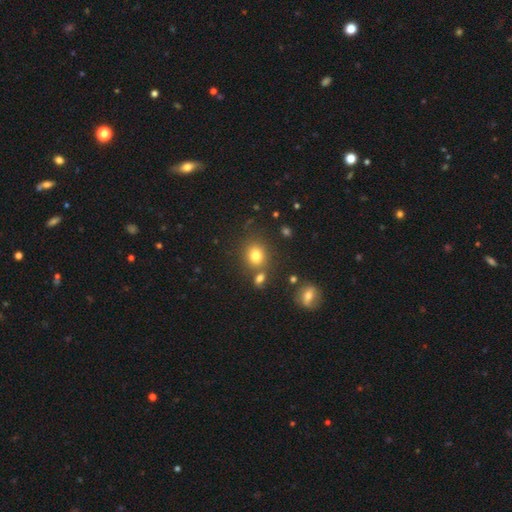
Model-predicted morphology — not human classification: smooth_or_featured: smooth (p=0.77) [alt: star or artifact p=0.14]
how_rounded: round (p=0.71) [alt: in between p=0.28]
merging: none (p=0.71) [alt: merger p=0.15]